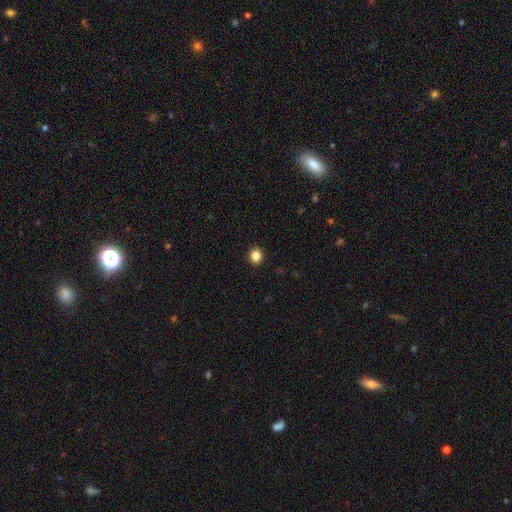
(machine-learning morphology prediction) Smooth or featured? Predicted: smooth (p=0.86). How rounded? Predicted: round (p=0.78). Merging? Predicted: none (p=0.92).